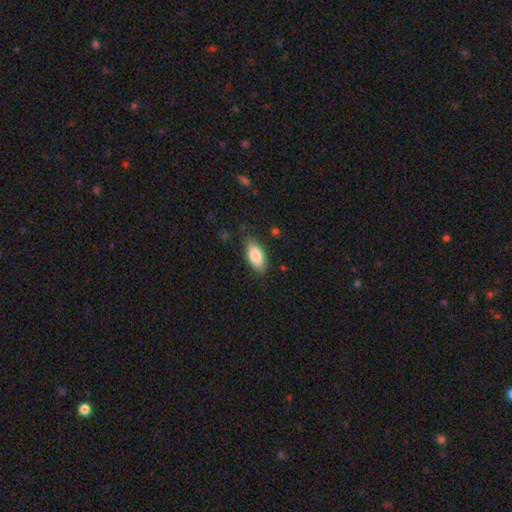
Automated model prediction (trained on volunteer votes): This appears to be a smooth galaxy with no disk features (83%) that is in between round and cigar-shaped (90%). Merging: none (82%).